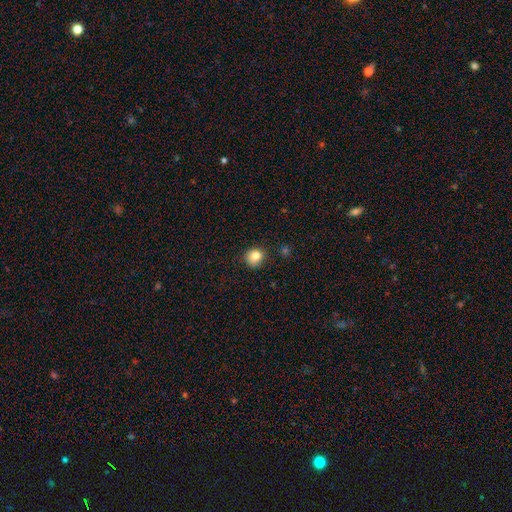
smooth 89%, featured or disk 5%, star or artifact 5%. Down the decision tree: how rounded — round (76%); merging — none (63%).